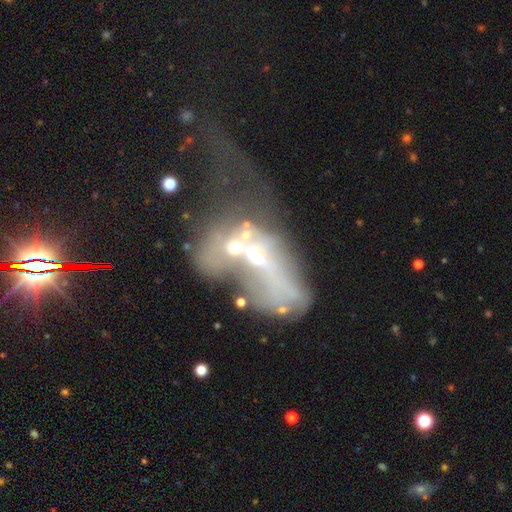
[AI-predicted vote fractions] A featured or disk galaxy (55%) with no bar (82%), no spiral arms (87%) and a moderate central bulge (43%). Merging: merger (57%).